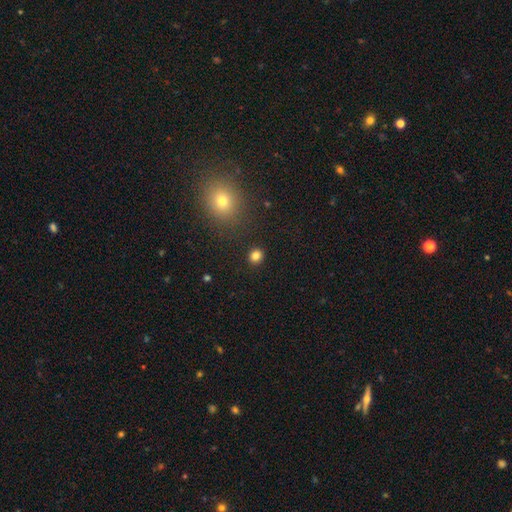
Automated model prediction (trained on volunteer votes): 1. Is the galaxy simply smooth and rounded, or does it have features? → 82% smooth, 13% star or artifact, 5% featured or disk.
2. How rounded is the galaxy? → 82% round, 17% in between, 1% cigar-shaped.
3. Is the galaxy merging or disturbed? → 89% none, 6% minor disturbance, 2% merger, 2% major disturbance.